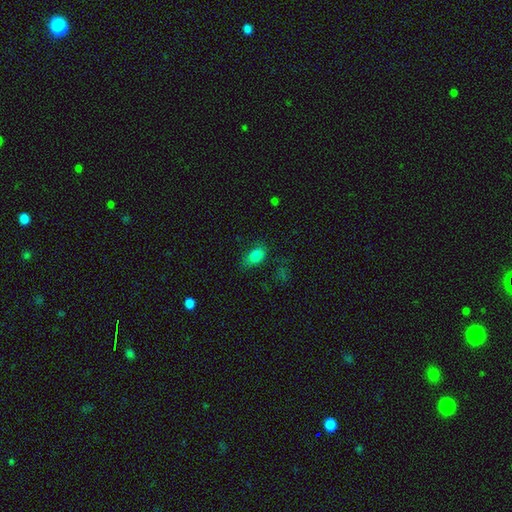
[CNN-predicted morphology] Q: Smooth or featured?
A: smooth (82%); runner-up: star or artifact (11%)
Q: How rounded?
A: in between (86%); runner-up: round (10%)
Q: Merging?
A: none (69%); runner-up: minor disturbance (22%)